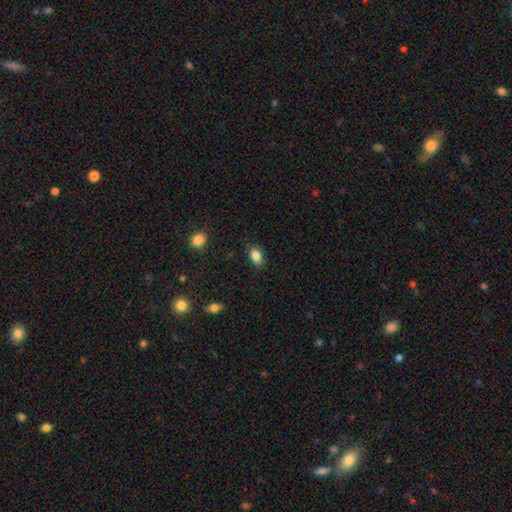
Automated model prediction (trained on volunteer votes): This is clearly a smooth galaxy (85%). How rounded: clearly in between (82%). Merging: clearly none (84%).